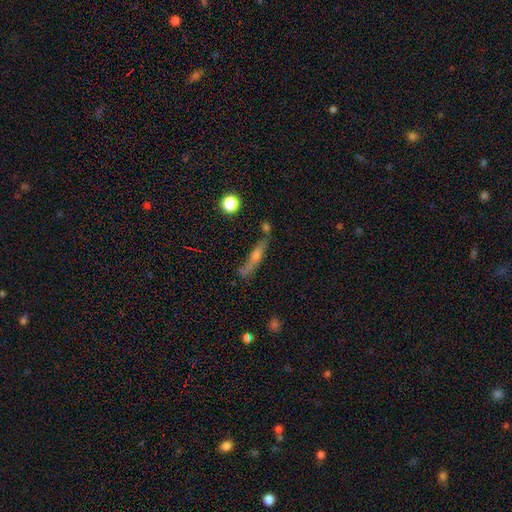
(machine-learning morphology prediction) A featured or disk galaxy (53%) viewed edge-on (81%). Merging: none (60%).